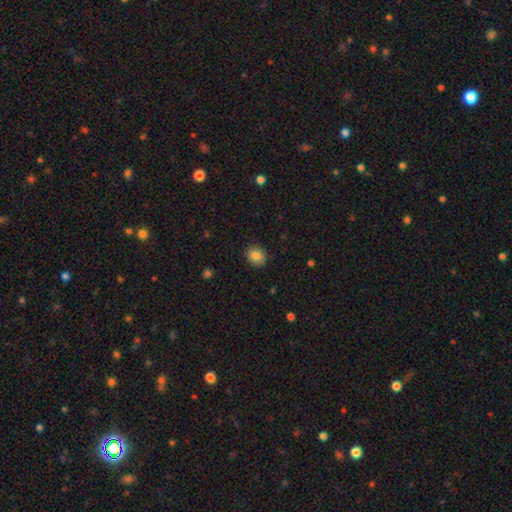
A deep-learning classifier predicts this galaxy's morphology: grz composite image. It shows a smooth galaxy with no disk features (84%) that is round (64%). Merging: none (89%).